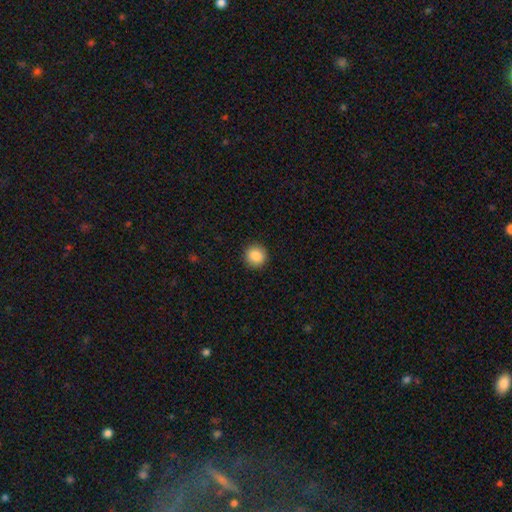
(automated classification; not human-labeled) A smooth galaxy with no disk features (87%) that is round (93%).

Vote fractions:
- Smooth or featured? smooth: 87% / star or artifact: 9% / featured or disk: 4%
- How rounded? round: 93% / in between: 6% / cigar-shaped: 1%
- Merging? none: 92% / minor disturbance: 5% / major disturbance: 2% / merger: 1%